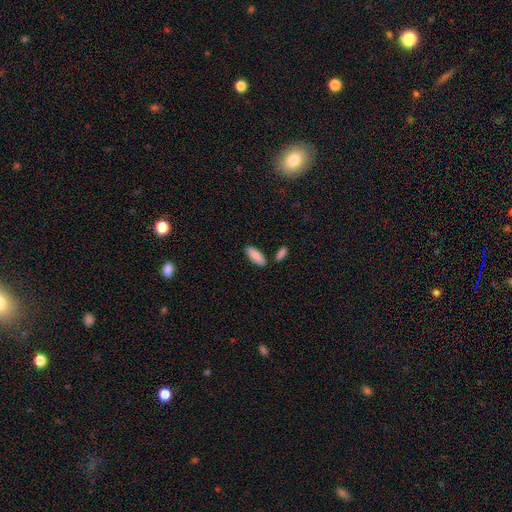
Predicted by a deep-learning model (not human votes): A smooth galaxy with no disk features (89%) that is in between round and cigar-shaped (69%).

Vote fractions:
- Smooth or featured? smooth: 89% / featured or disk: 6% / star or artifact: 5%
- How rounded? in between: 69% / cigar-shaped: 29% / round: 2%
- Merging? none: 81% / minor disturbance: 10% / merger: 8% / major disturbance: 2%